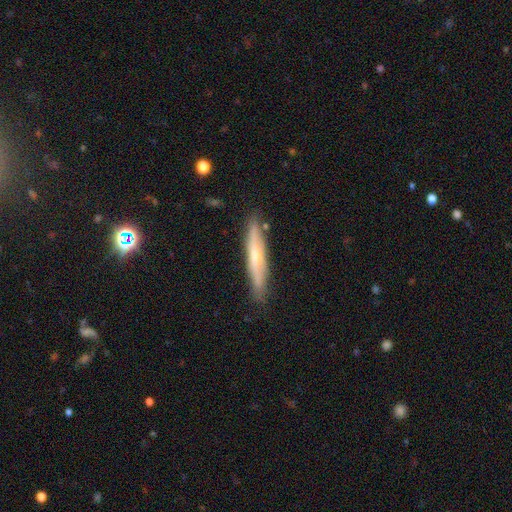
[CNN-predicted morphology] A featured or disk galaxy (55%) viewed edge-on (85%). Merging: none (83%).